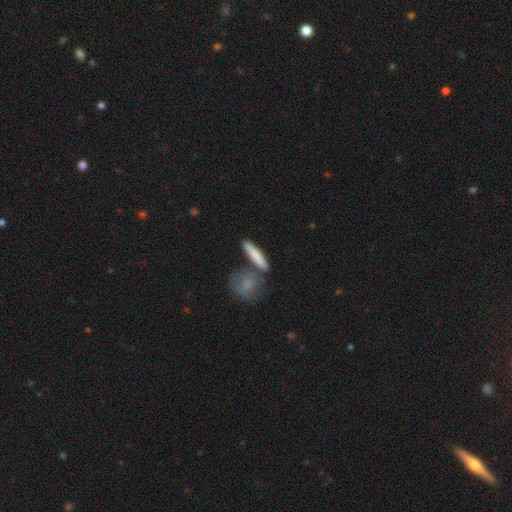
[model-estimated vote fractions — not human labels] smooth 78%, featured or disk 16%, star or artifact 6%. Down the decision tree: how rounded — cigar-shaped (80%); merging — none (72%).